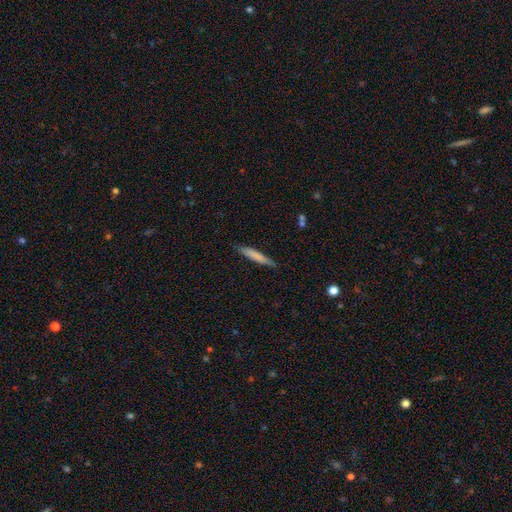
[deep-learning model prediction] A smooth galaxy with no disk features (75%) that is cigar-shaped (94%). Merging: none (86%).